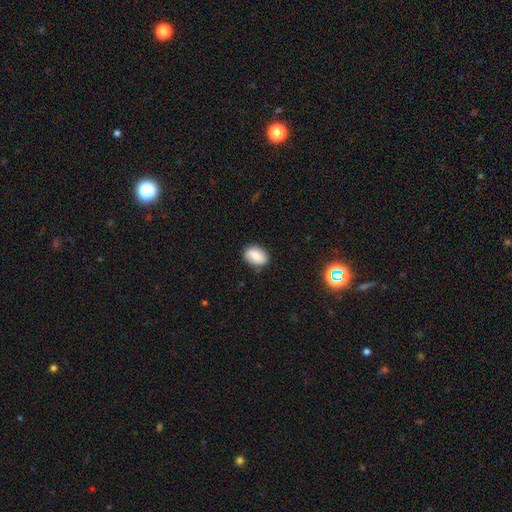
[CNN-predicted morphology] smooth 79%, featured or disk 12%, star or artifact 8%. Down the decision tree: how rounded — in between (77%); merging — none (81%).